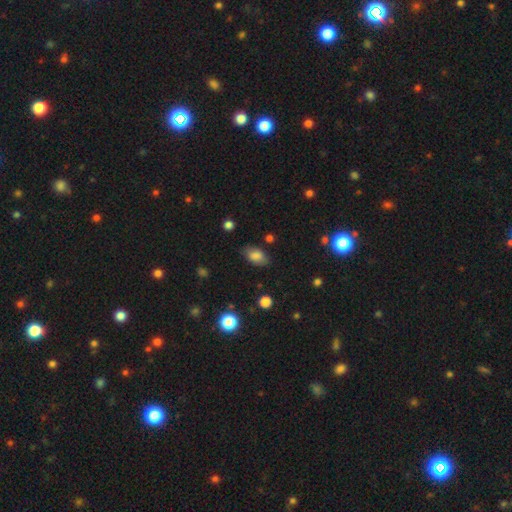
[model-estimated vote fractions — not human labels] Overall: smooth (80%). How rounded: in between (90%). Merging: none (79%).